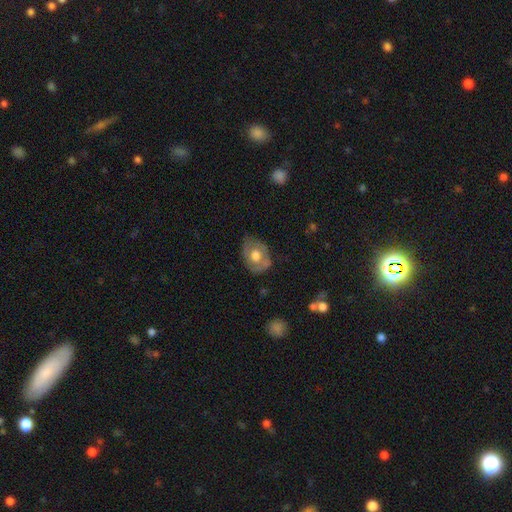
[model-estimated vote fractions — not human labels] Smooth or featured?
  - featured or disk: 47% * (tied)
  - smooth: 47% * (tied)
  - star or artifact: 6%
Merging?
  - none: 65% *
  - minor disturbance: 25%
  - major disturbance: 8%
  - merger: 2%